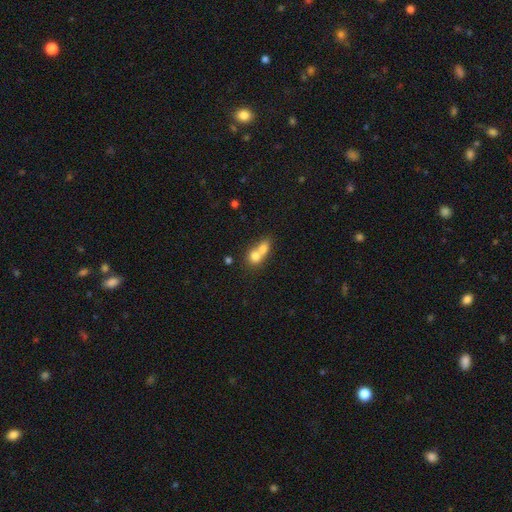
Smooth or featured?
  - smooth: 90% *
  - featured or disk: 5%
  - star or artifact: 5%
How rounded?
  - round: 72% *
  - in between: 25%
  - cigar-shaped: 3%
Merging?
  - merger: 79% *
  - none: 21%
  - minor disturbance: 0%
  - major disturbance: 0%